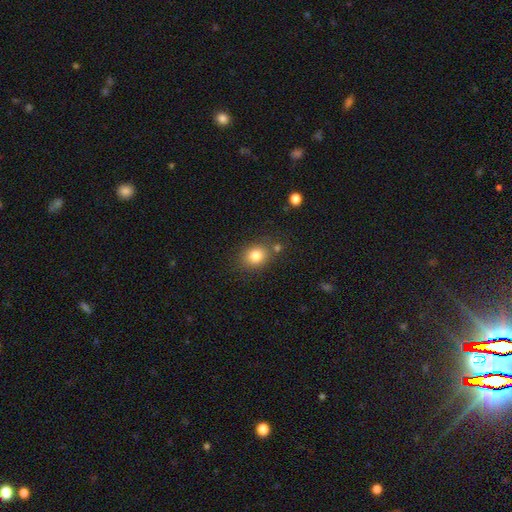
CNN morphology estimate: A smooth galaxy with no disk features (82%) that is round (53%). Merging: none (76%).